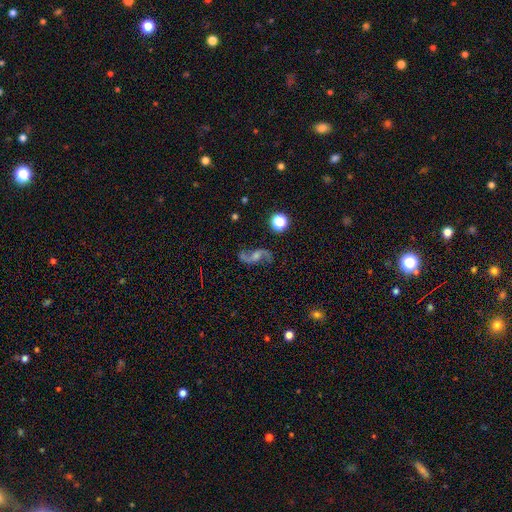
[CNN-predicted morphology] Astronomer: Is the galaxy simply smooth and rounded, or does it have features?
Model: featured or disk — 85%.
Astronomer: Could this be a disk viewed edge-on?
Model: no — 96%.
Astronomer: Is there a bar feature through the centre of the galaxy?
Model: no — 48% (runner-up: weak, 40%).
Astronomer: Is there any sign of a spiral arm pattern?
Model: yes — 97%.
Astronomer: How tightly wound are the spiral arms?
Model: loose — 78%.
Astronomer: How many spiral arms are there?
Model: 2 — 94%.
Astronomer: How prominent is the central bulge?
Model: moderate — 38%, tied with small at 38%.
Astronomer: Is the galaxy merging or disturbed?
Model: none — 80%.